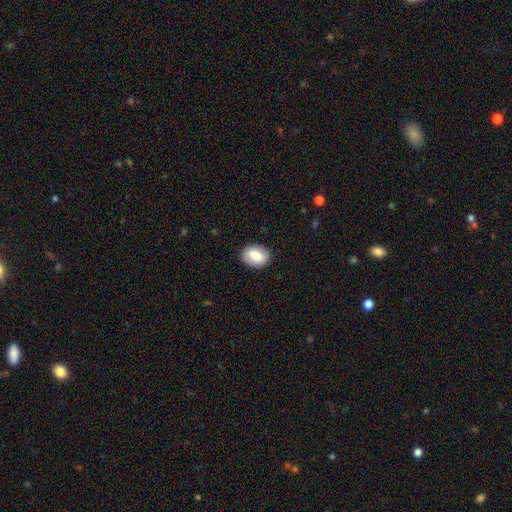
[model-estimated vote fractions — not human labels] smooth-or-featured: smooth: 76% | featured or disk: 17% | star or artifact: 7%
  how-rounded: in between: 72% | round: 27% | cigar-shaped: 1%
  merging: none: 86% | minor disturbance: 10% | major disturbance: 3% | merger: 1%